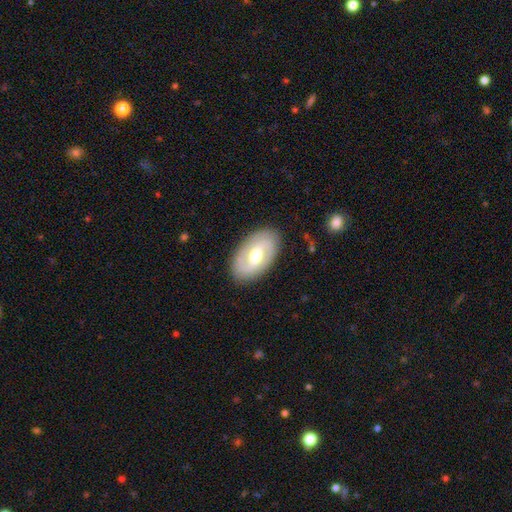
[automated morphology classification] featured or disk 71%, smooth 24%, star or artifact 5%. Down the decision tree: edge-on disk — no (94%); bar — weak (50%); spiral arms — yes (79%); spiral arm count — 2 (85%); spiral winding — medium (43%); bulge size — moderate (68%); merging — none (86%).